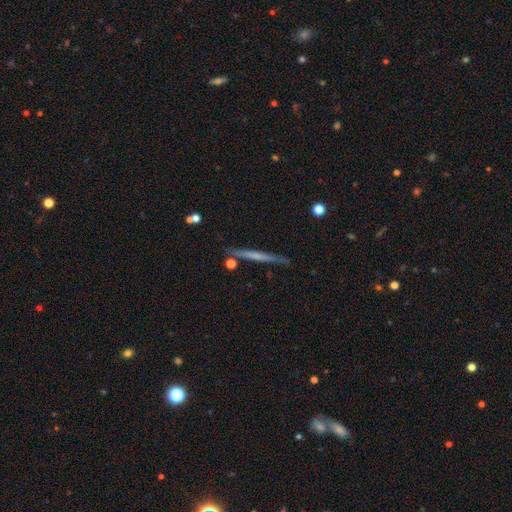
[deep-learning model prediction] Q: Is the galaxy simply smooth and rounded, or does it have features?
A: featured or disk — 52%.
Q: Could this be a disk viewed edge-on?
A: yes — 96%.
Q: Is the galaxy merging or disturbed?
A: none — 87%.